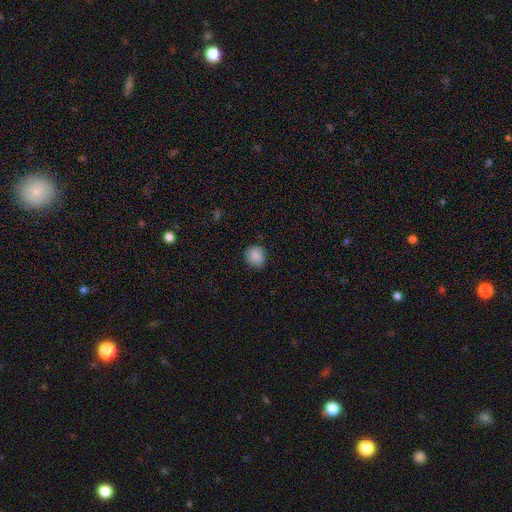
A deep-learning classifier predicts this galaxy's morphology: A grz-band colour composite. It shows a smooth galaxy with no disk features (87%) that is round (84%). Merging: none (86%).